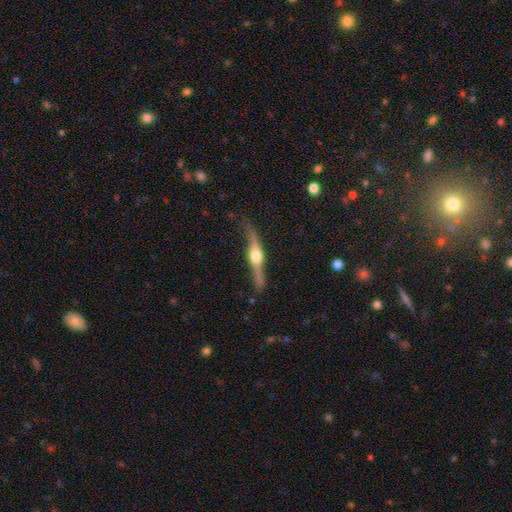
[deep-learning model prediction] Smooth or featured? featured or disk (77%)
Edge-on disk? yes (96%)
Edge-on bulge? rounded (95%)
Merging? none (80%)